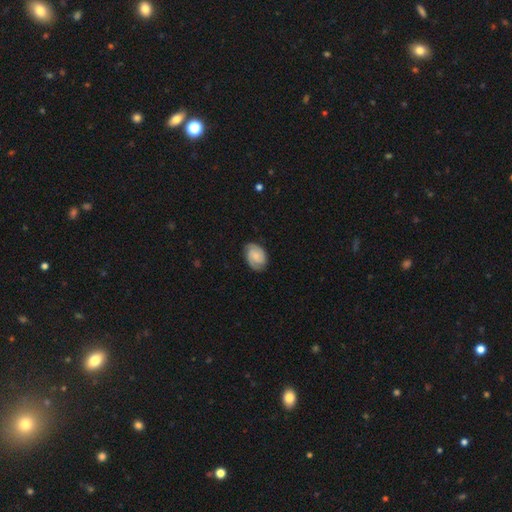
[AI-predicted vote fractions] A featured or disk galaxy (58%) with no bar (58%), 2 (74%) tight (53%) spiral arms (93%) and a small central bulge (52%). Merging: none (80%).